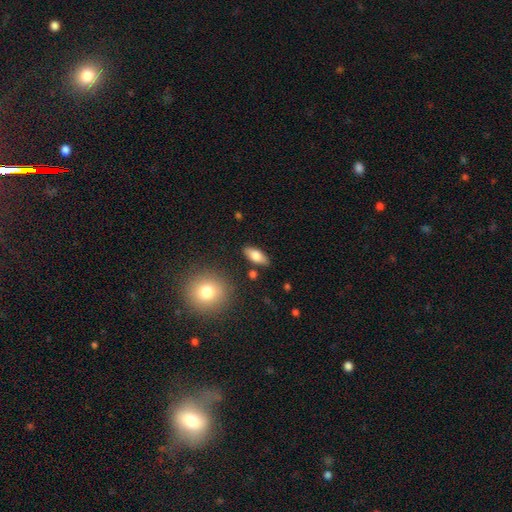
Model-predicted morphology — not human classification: Overall: smooth (75%). How rounded: in between (82%). Merging: none (84%).